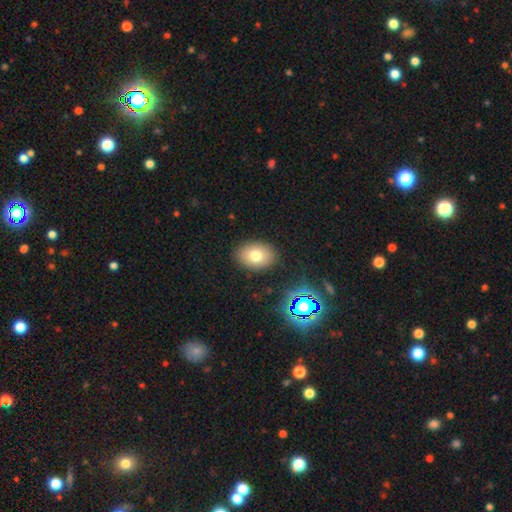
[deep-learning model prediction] The model was most divided on "how rounded": in between: 77%, round: 22%, cigar-shaped: 1%. More confident: merging — none (87%); smooth or featured — smooth (76%).